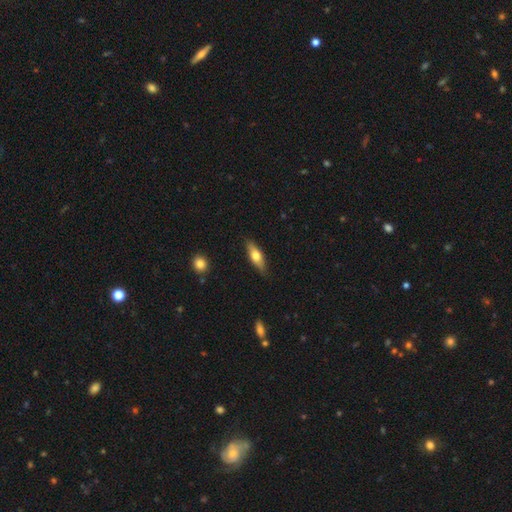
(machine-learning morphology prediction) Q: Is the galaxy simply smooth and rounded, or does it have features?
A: smooth — 56%.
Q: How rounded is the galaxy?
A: in between — 50%.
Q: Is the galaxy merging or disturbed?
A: none — 84%.